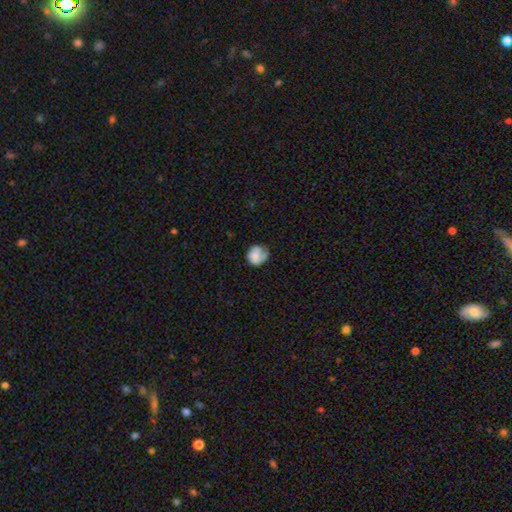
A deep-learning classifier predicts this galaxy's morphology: smooth_or_featured: smooth (p=0.69) [alt: featured or disk p=0.23]
how_rounded: round (p=0.77) [alt: in between p=0.22]
merging: none (p=0.50) [alt: minor disturbance p=0.31]